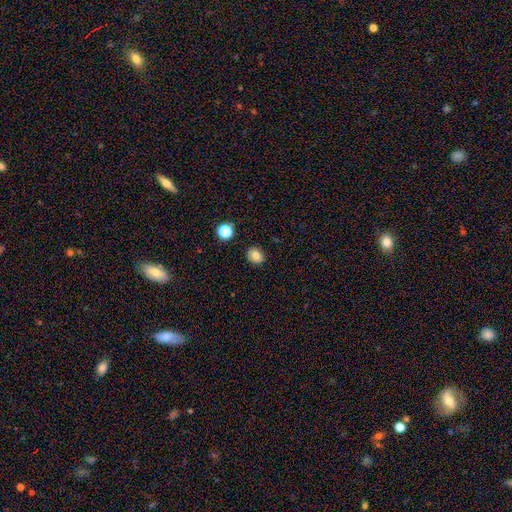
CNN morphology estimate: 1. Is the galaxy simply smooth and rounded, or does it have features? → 80% smooth, 12% star or artifact, 8% featured or disk.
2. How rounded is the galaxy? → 68% round, 32% in between, 1% cigar-shaped.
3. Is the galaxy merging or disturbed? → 88% none, 8% minor disturbance, 2% major disturbance, 2% merger.